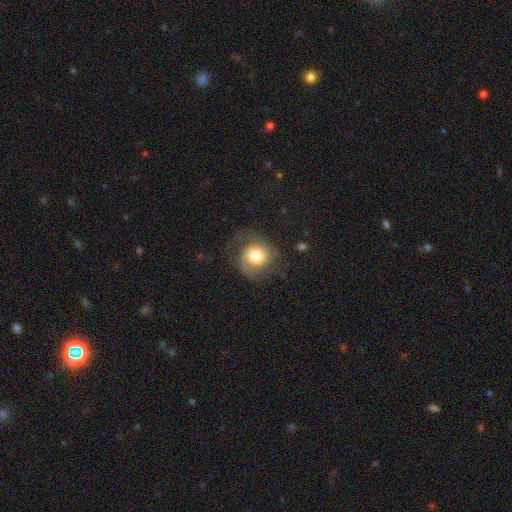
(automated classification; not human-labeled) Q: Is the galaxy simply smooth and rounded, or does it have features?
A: smooth — 50%.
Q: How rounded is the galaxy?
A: round — 81%.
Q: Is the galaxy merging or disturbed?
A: none — 57%.